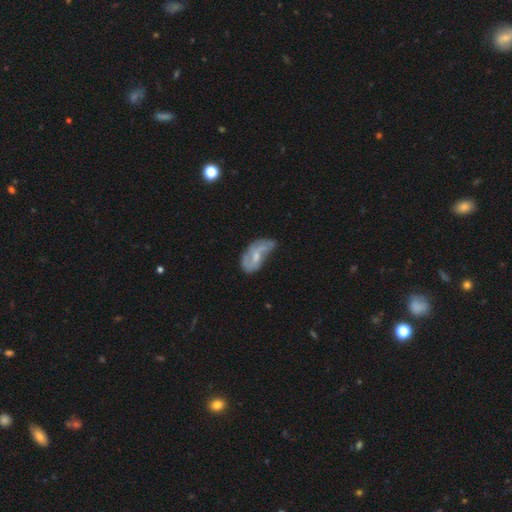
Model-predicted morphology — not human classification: Smooth or featured?
  - featured or disk: 56% *
  - smooth: 37%
  - star or artifact: 8%
Edge-on disk?
  - no: 95% *
  - yes: 5%
Bar?
  - no: 53% *
  - weak: 39%
  - strong: 8%
Spiral arms?
  - yes: 58% *
  - no: 42%
Bulge size?
  - small: 42% *
  - moderate: 37%
  - none: 17%
  - large: 3%
  - dominant: 1%
Merging?
  - minor disturbance: 36% *
  - none: 30%
  - major disturbance: 29%
  - merger: 6%